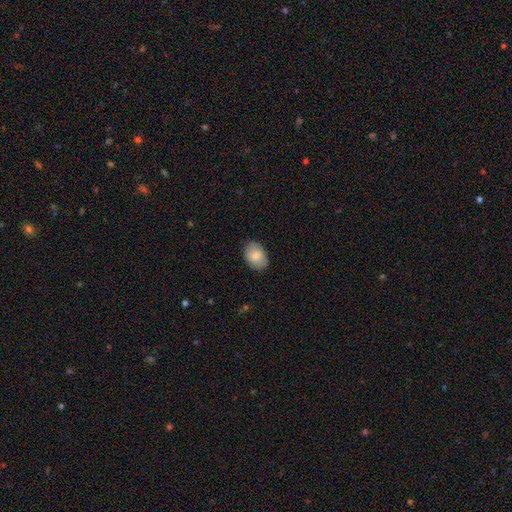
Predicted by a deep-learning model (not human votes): Smooth or featured? smooth (81%)
How rounded? in between (80%)
Merging? none (85%)